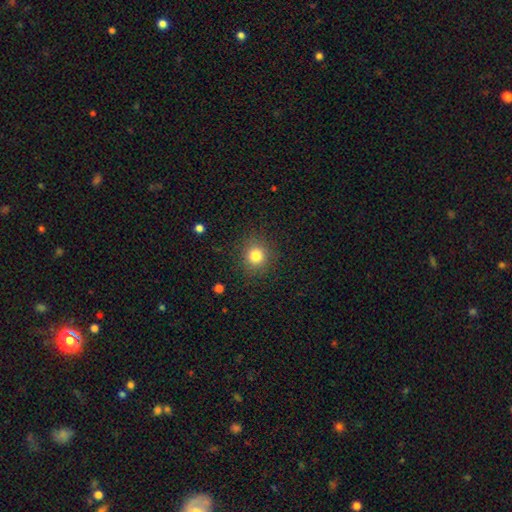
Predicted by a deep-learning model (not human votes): Smooth or featured? smooth (81%)
How rounded? round (87%)
Merging? none (88%)